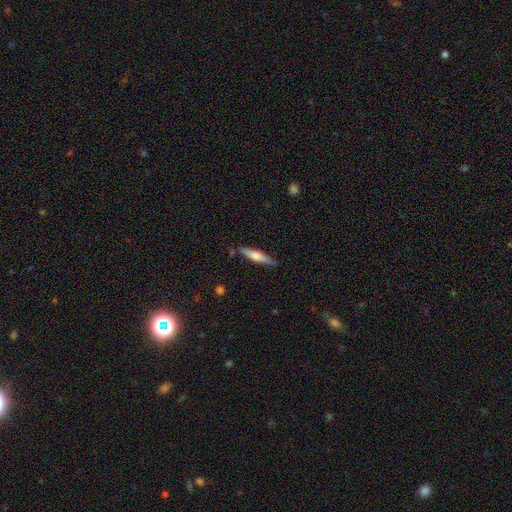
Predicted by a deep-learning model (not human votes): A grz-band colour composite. It shows a smooth galaxy with no disk features (51%) that is cigar-shaped (84%). Merging: none (83%).